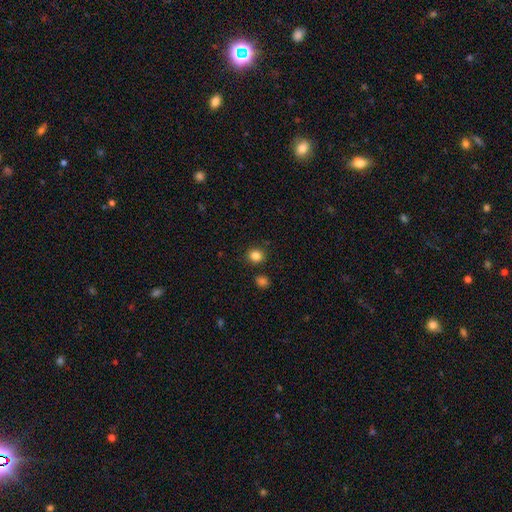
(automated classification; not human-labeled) smooth-or-featured: smooth: 84% | star or artifact: 12% | featured or disk: 5%
  how-rounded: round: 81% | in between: 18% | cigar-shaped: 1%
  merging: none: 86% | minor disturbance: 8% | merger: 4% | major disturbance: 2%